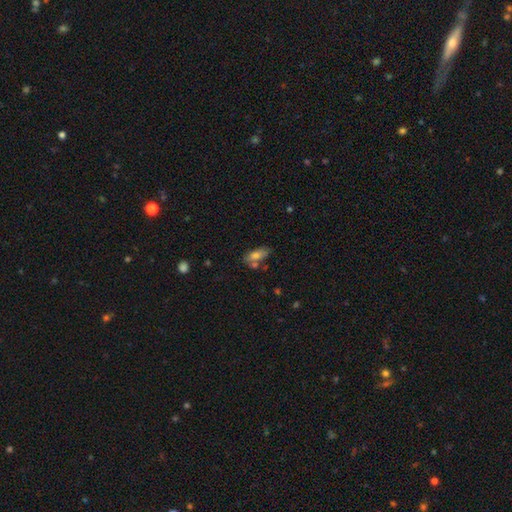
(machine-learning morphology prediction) This is likely a smooth galaxy (71%). How rounded: clearly in between (82%). Merging: possibly none (51%).